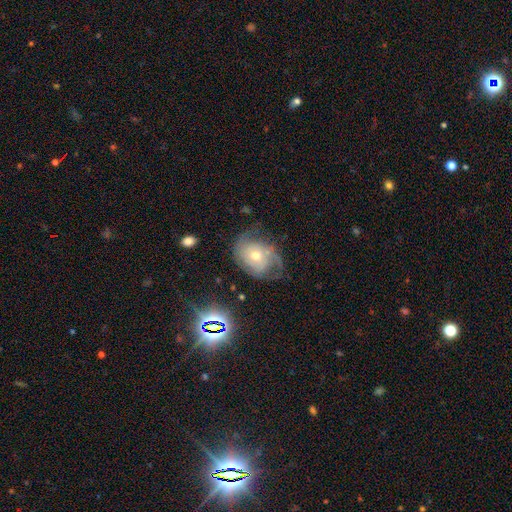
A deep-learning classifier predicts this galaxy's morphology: A featured or disk galaxy (74%) with no bar (76%), 2 (32%) tight (48%) spiral arms (90%) and a moderate central bulge (60%).

Vote fractions:
- Smooth or featured? featured or disk: 74% / smooth: 15% / star or artifact: 11%
- Edge-on disk? no: 97% / yes: 3%
- Bar? no: 76% / weak: 20% / strong: 4%
- Spiral arms? yes: 90% / no: 10%
- Spiral winding? tight: 48% / medium: 37% / loose: 15%
- Spiral arm count? 2: 32% / can't tell: 30% / 3: 21% / 1: 7% / 4: 5% / more than 4: 4%
- Bulge size? moderate: 60% / small: 35% / large: 3% / none: 1% / dominant: 1%
- Merging? none: 57% / minor disturbance: 24% / major disturbance: 17% / merger: 2%